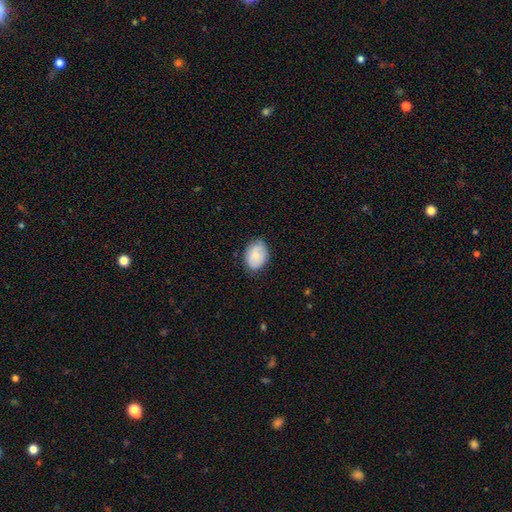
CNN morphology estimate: A smooth galaxy with no disk features (79%) that is in between round and cigar-shaped (77%).

Vote fractions:
- Smooth or featured? smooth: 79% / featured or disk: 14% / star or artifact: 7%
- How rounded? in between: 77% / round: 22% / cigar-shaped: 1%
- Merging? none: 78% / minor disturbance: 18% / major disturbance: 3% / merger: 1%